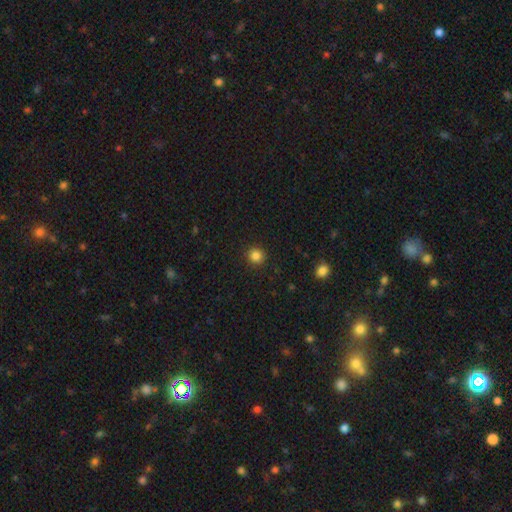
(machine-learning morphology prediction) Smooth or featured: smooth — 84% (star or artifact — 12%)
How rounded: round — 92% (in between — 7%)
Merging: none — 91% (minor disturbance — 6%)